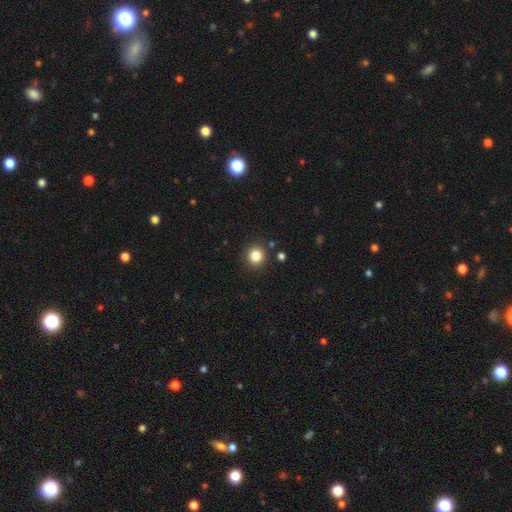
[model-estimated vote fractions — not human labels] A smooth galaxy with no disk features (84%) that is round (88%).

Vote fractions:
- Smooth or featured? smooth: 84% / star or artifact: 11% / featured or disk: 4%
- How rounded? round: 88% / in between: 11% / cigar-shaped: 1%
- Merging? none: 88% / minor disturbance: 7% / merger: 3% / major disturbance: 3%